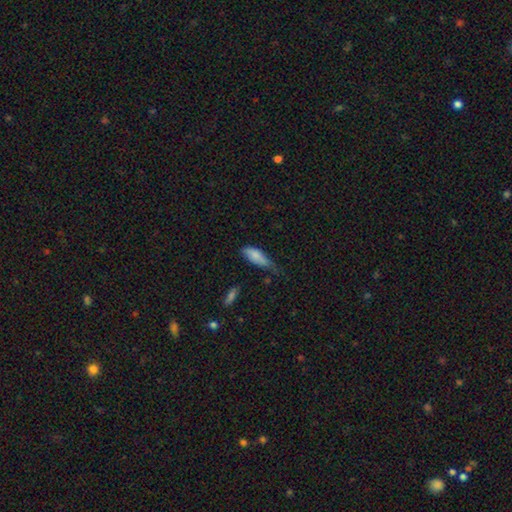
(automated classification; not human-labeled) smooth-or-featured: smooth: 81% | featured or disk: 12% | star or artifact: 7%
  how-rounded: in between: 78% | cigar-shaped: 20% | round: 2%
  merging: minor disturbance: 49% | none: 26% | major disturbance: 21% | merger: 4%